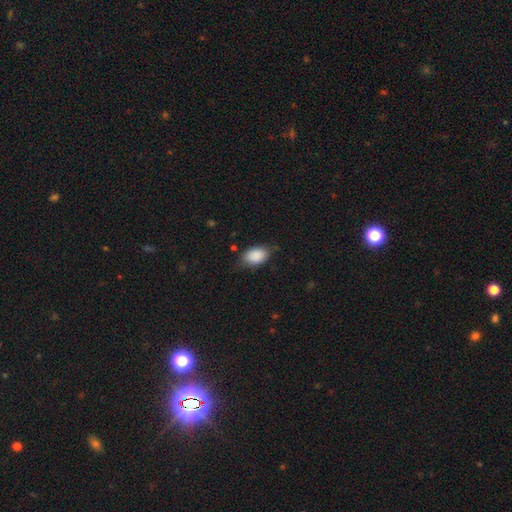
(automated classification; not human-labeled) A smooth galaxy with no disk features (88%) that is in between round and cigar-shaped (87%). Merging: none (67%).